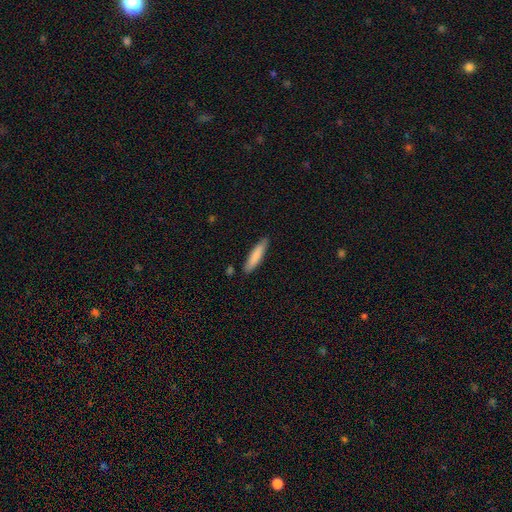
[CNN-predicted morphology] Q: Smooth or featured?
A: smooth (82%); runner-up: featured or disk (13%)
Q: How rounded?
A: cigar-shaped (82%); runner-up: in between (17%)
Q: Merging?
A: none (84%); runner-up: minor disturbance (11%)